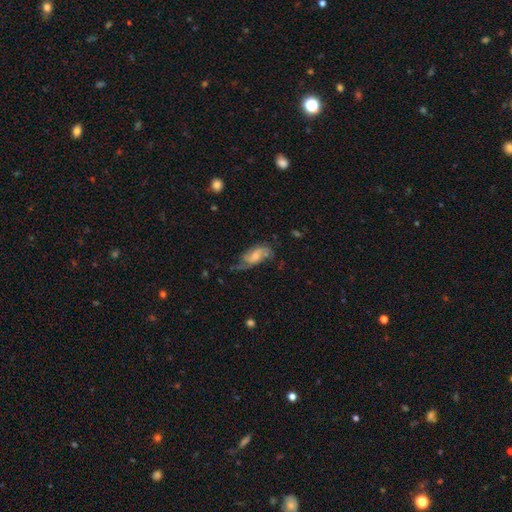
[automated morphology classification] A featured or disk galaxy (61%) with no bar (56%), spiral arms (86%) and a small central bulge (41%).

Vote fractions:
- Smooth or featured? featured or disk: 61% / smooth: 31% / star or artifact: 8%
- Edge-on disk? no: 93% / yes: 7%
- Bar? no: 56% / weak: 36% / strong: 8%
- Spiral arms? yes: 86% / no: 14%
- Bulge size? small: 41% / moderate: 34% / none: 17% / large: 7% / dominant: 2%
- Merging? none: 48% / minor disturbance: 28% / major disturbance: 21% / merger: 3%